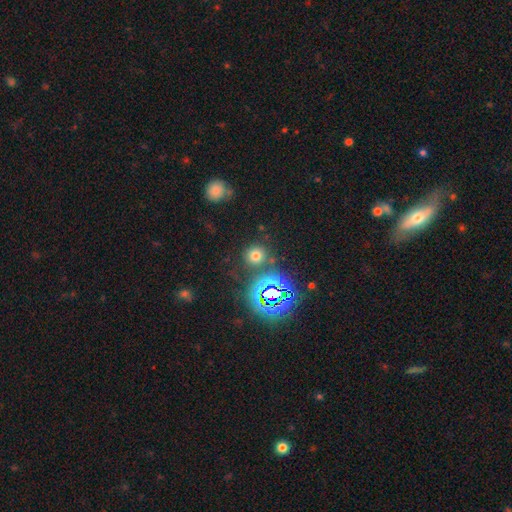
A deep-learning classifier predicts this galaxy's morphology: type=smooth (62%); roundness=round (90%); merging=none (81%).